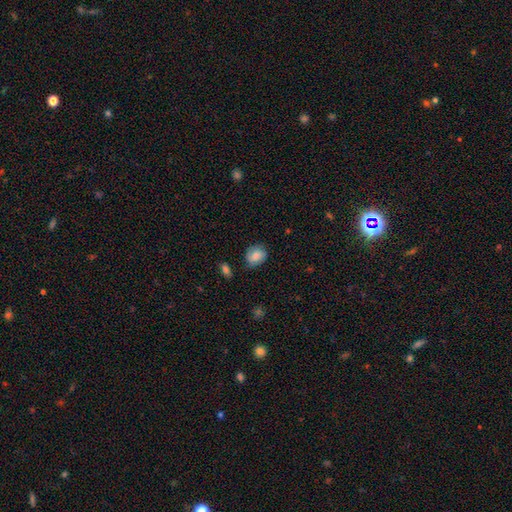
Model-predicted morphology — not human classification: This appears to be a smooth galaxy with no disk features (75%) that is round (52%). Merging: none (70%).